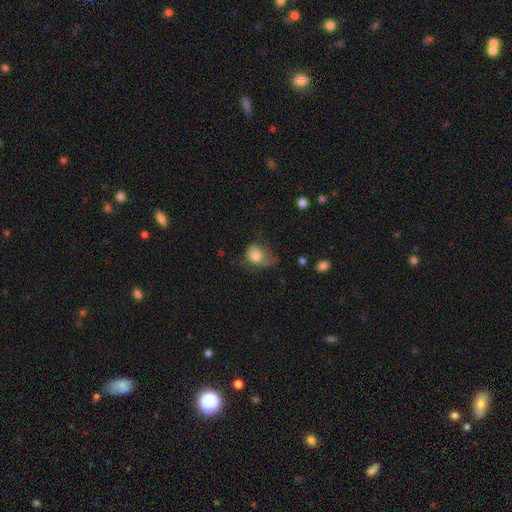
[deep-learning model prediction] Q: Smooth or featured?
A: smooth (78%); runner-up: featured or disk (14%)
Q: How rounded?
A: round (51%); runner-up: in between (48%)
Q: Merging?
A: minor disturbance (37%); runner-up: none (32%)